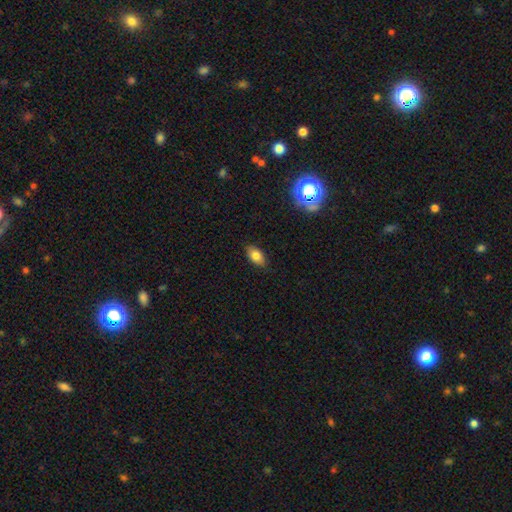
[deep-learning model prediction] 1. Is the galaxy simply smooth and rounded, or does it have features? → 79% smooth, 11% featured or disk, 9% star or artifact.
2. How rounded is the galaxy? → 90% in between, 7% round, 3% cigar-shaped.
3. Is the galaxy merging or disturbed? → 87% none, 10% minor disturbance, 2% major disturbance, 1% merger.